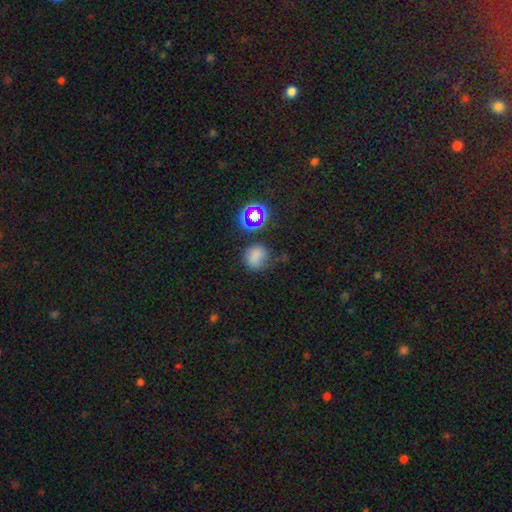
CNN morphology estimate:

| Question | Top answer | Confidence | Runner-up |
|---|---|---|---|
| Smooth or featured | smooth | 70% | star or artifact (21%) |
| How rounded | round | 76% | in between (23%) |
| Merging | none | 62% | minor disturbance (22%) |